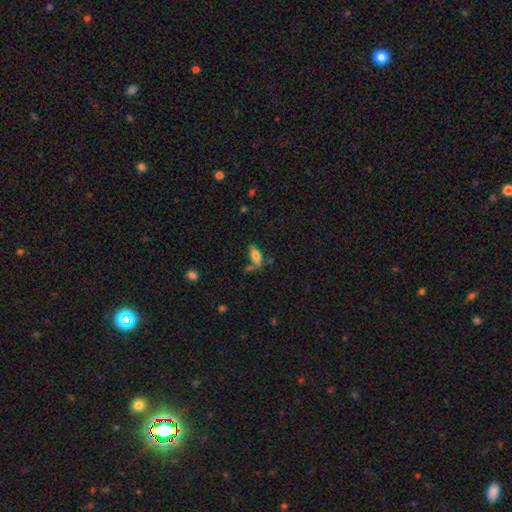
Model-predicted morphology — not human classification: Smooth or featured? Predicted: smooth (p=0.65). How rounded? Predicted: in between (p=0.67). Merging? Predicted: none (p=0.53).